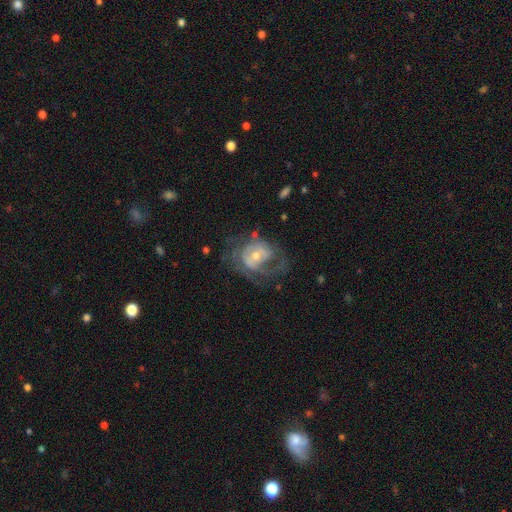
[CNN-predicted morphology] Q: Smooth or featured?
A: featured or disk (74%); runner-up: smooth (17%)
Q: Edge-on disk?
A: no (97%); runner-up: yes (3%)
Q: Bar?
A: no (66%); runner-up: weak (28%)
Q: Spiral arms?
A: yes (73%); runner-up: no (27%)
Q: Spiral winding?
A: tight (42%); runner-up: medium (38%)
Q: Spiral arm count?
A: can't tell (44%); runner-up: 2 (29%)
Q: Bulge size?
A: moderate (47%); tied with: small (47%)
Q: Merging?
A: none (48%); runner-up: major disturbance (30%)